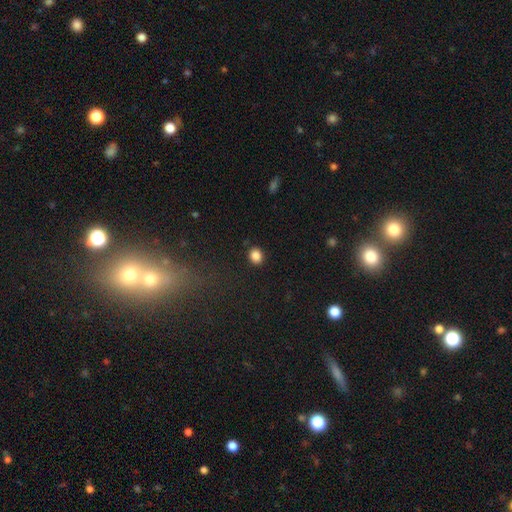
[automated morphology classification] A smooth galaxy with no disk features (86%) that is round (65%). Merging: none (89%).